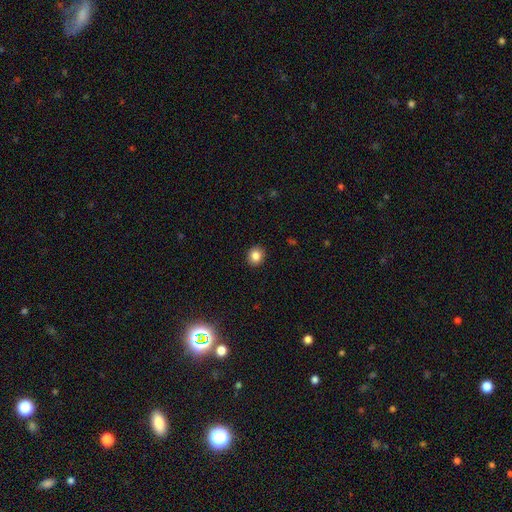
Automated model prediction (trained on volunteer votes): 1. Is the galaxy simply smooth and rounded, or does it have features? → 84% smooth, 10% star or artifact, 6% featured or disk.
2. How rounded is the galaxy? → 84% round, 15% in between, 1% cigar-shaped.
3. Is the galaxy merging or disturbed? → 92% none, 5% minor disturbance, 2% major disturbance, 1% merger.